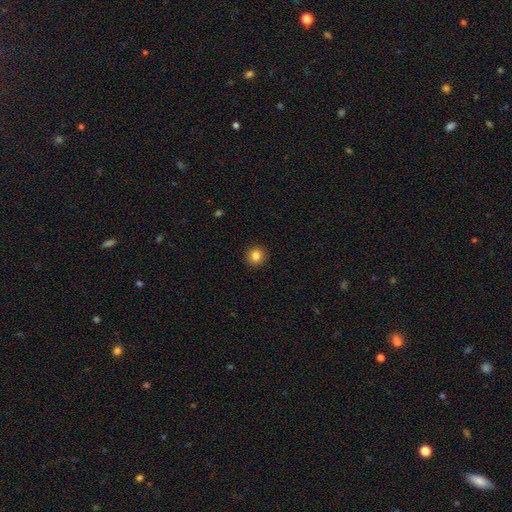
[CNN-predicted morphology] type=smooth (83%); roundness=round (90%); merging=none (92%).